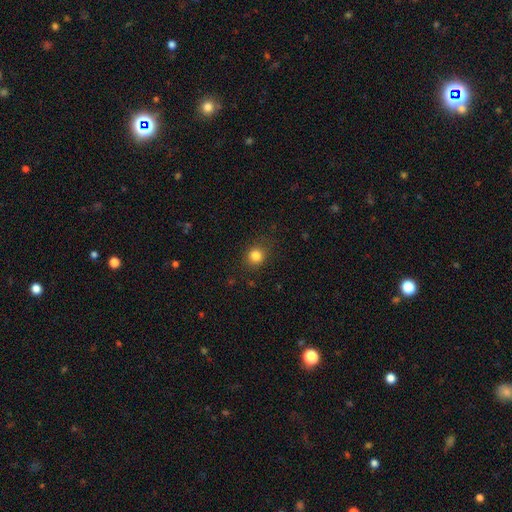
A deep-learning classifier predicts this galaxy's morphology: This is clearly a smooth galaxy (83%). How rounded: clearly round (83%). Merging: clearly none (85%).